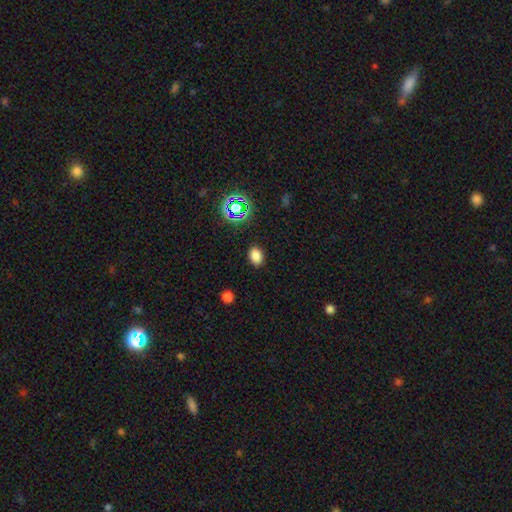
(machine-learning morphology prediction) smooth 79%, star or artifact 16%, featured or disk 5%. Down the decision tree: how rounded — in between (73%); merging — none (88%).